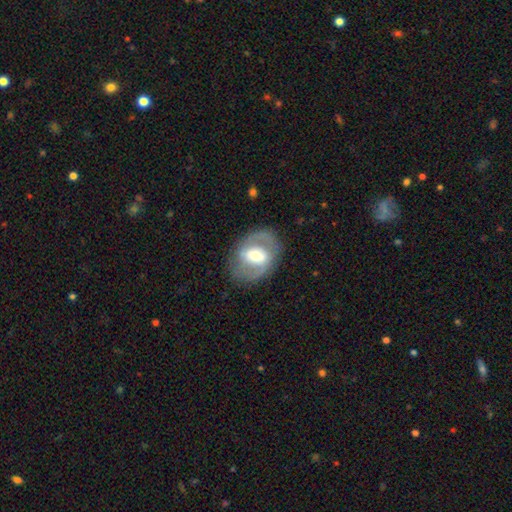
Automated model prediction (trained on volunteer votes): Smooth or featured: featured or disk — 70% (smooth — 24%)
Edge-on disk: no — 95% (yes — 5%)
Bar: weak — 42% (strong — 32%)
Spiral arms: yes — 70% (no — 30%)
Bulge size: moderate — 61% (large — 18%)
Merging: none — 77% (minor disturbance — 14%)